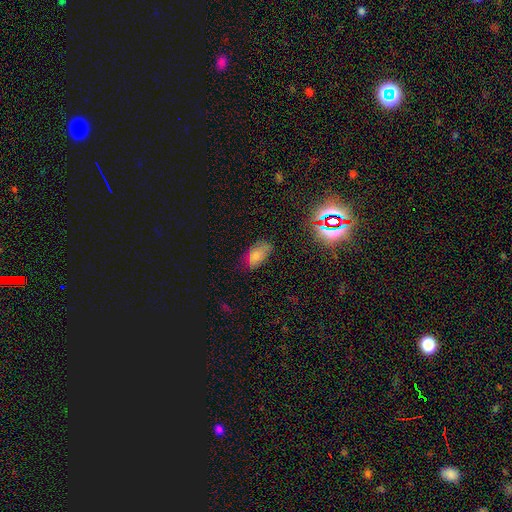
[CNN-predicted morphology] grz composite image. It shows a smooth galaxy with no disk features (72%) that is in between round and cigar-shaped (92%). Merging: none (61%).